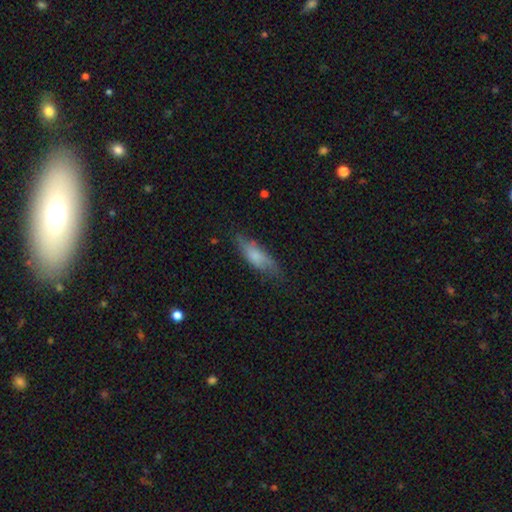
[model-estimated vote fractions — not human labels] A smooth galaxy with no disk features (65%) that is in between round and cigar-shaped (58%). Merging: none (66%).